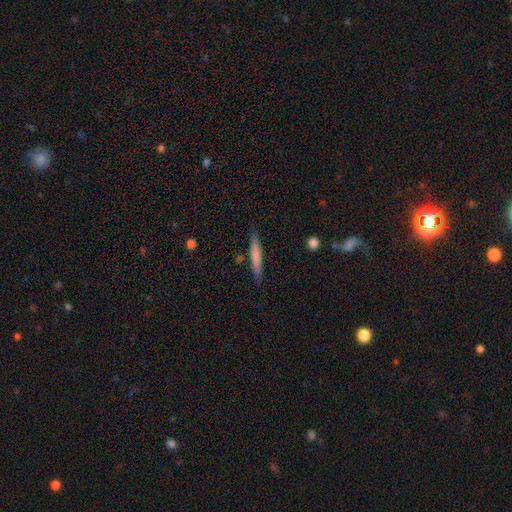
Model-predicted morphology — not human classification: The model was most divided on "smooth or featured": smooth: 66%, featured or disk: 29%, star or artifact: 6%. More confident: how rounded — cigar-shaped (95%); merging — none (86%).